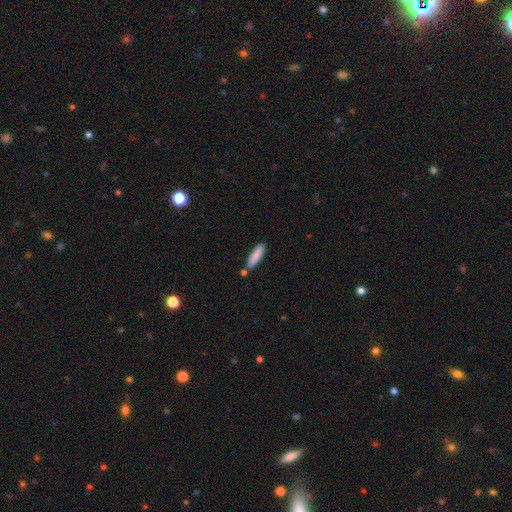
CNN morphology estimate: Overall: smooth (86%). How rounded: cigar-shaped (72%). Merging: none (76%).